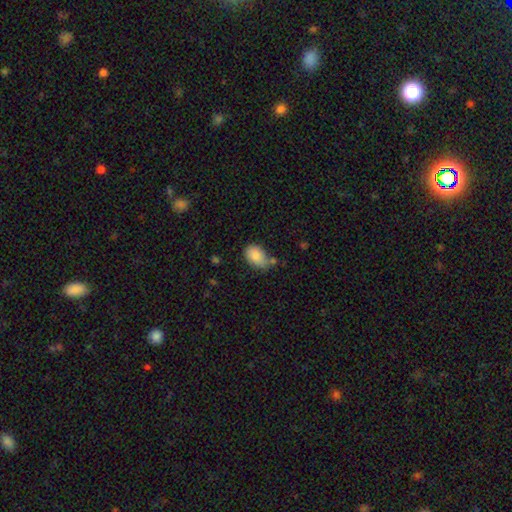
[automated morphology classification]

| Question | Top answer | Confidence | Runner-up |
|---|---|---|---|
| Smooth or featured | smooth | 85% | featured or disk (8%) |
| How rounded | in between | 85% | round (13%) |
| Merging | none | 54% | minor disturbance (28%) |